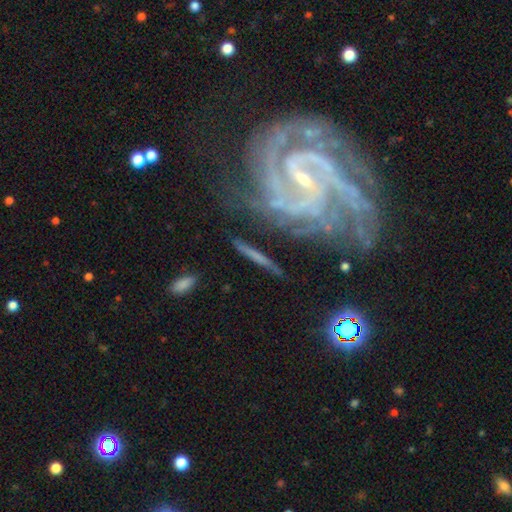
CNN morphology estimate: Smooth or featured: featured or disk — 70% (smooth — 21%)
Edge-on disk: no — 66% (yes — 34%)
Merging: none — 71% (minor disturbance — 16%)